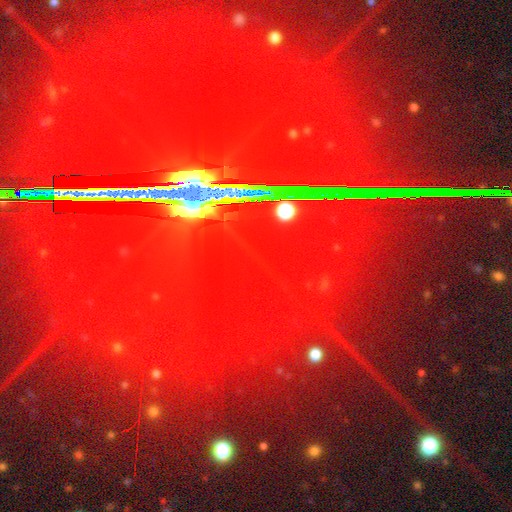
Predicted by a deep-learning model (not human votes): This appears to be a star or artifact, not a galaxy (84%).